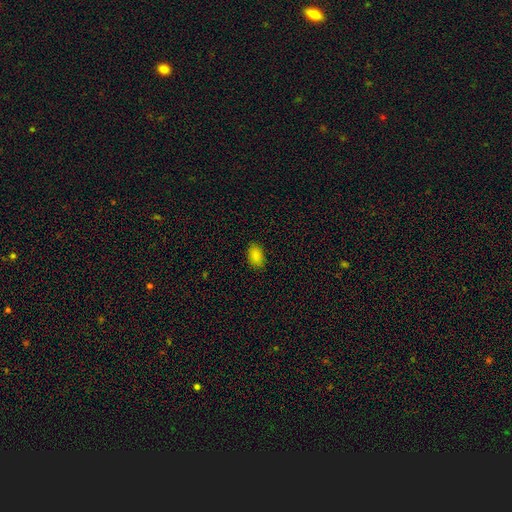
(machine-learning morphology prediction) smooth 86%, star or artifact 10%, featured or disk 4%. Down the decision tree: how rounded — in between (89%); merging — none (86%).